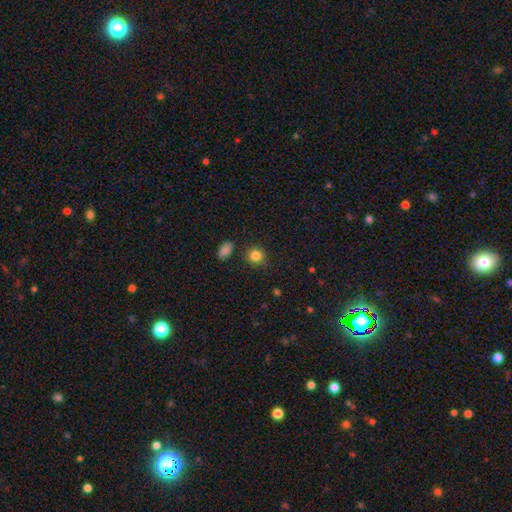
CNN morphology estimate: A smooth galaxy with no disk features (84%) that is round (85%). Merging: none (84%).